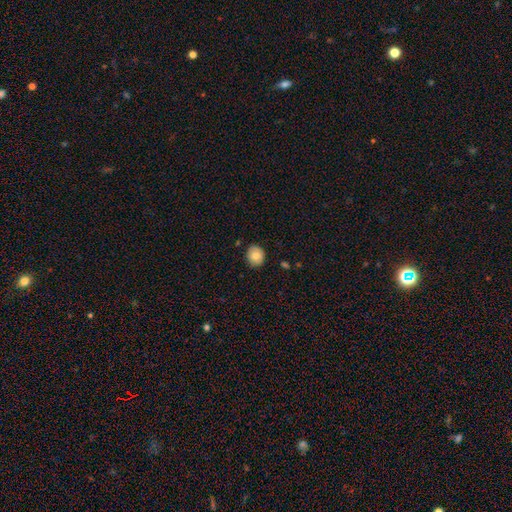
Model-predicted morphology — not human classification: Q: Smooth or featured?
A: smooth (86%); runner-up: star or artifact (8%)
Q: How rounded?
A: round (76%); runner-up: in between (23%)
Q: Merging?
A: none (85%); runner-up: minor disturbance (12%)